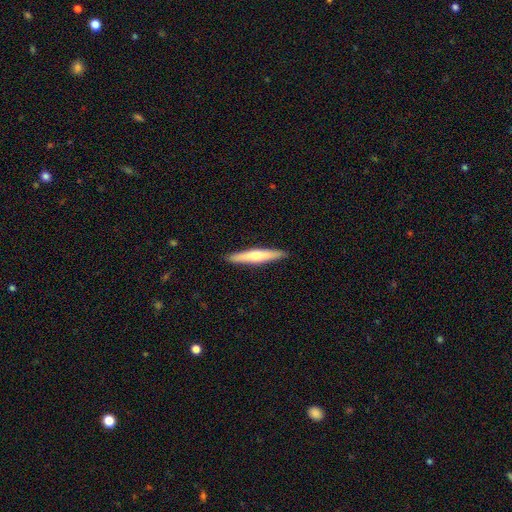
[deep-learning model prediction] smooth-or-featured: smooth: 54% | featured or disk: 41% | star or artifact: 5%
  how-rounded: cigar-shaped: 93% | in between: 6% | round: 1%
  merging: none: 91% | minor disturbance: 7% | major disturbance: 1% | merger: 1%